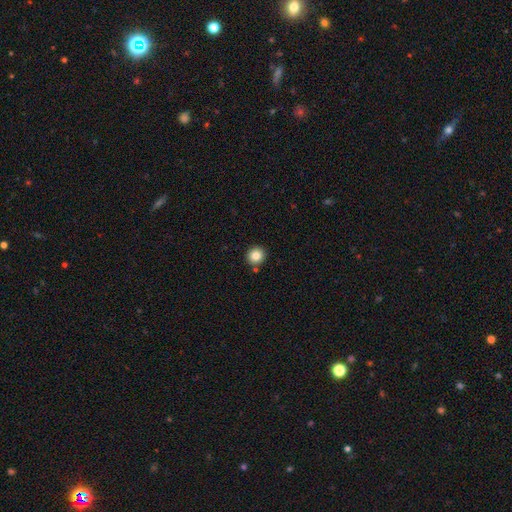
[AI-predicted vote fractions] Morphology: type=smooth (84%); roundness=round (93%); merging=none (88%).